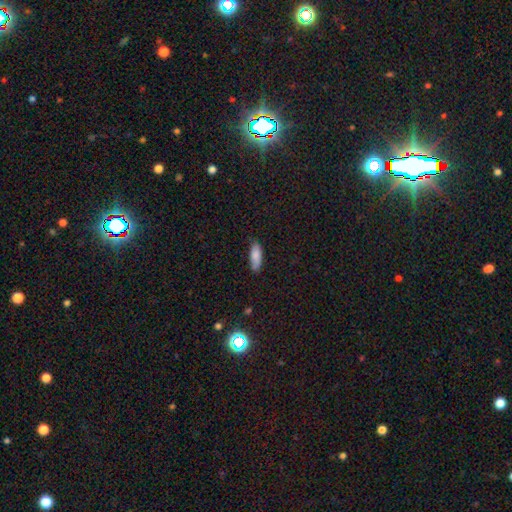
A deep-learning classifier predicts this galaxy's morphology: Smooth or featured?
  - smooth: 85% *
  - featured or disk: 8%
  - star or artifact: 6%
How rounded?
  - in between: 64% *
  - cigar-shaped: 34%
  - round: 2%
Merging?
  - none: 79% *
  - minor disturbance: 17%
  - major disturbance: 3%
  - merger: 1%